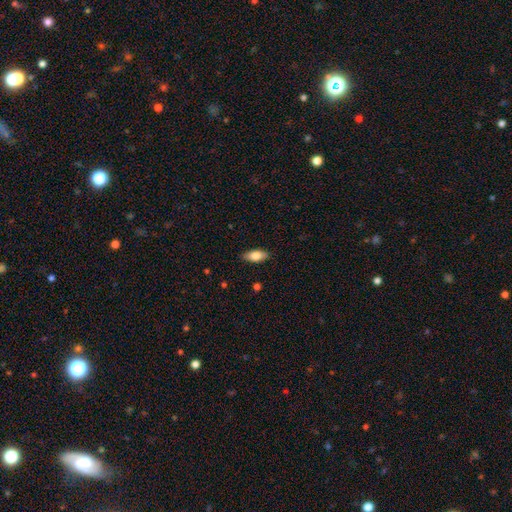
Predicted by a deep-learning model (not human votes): Smooth or featured? Predicted: smooth (p=0.77). How rounded? Predicted: in between (p=0.84). Merging? Predicted: none (p=0.87).